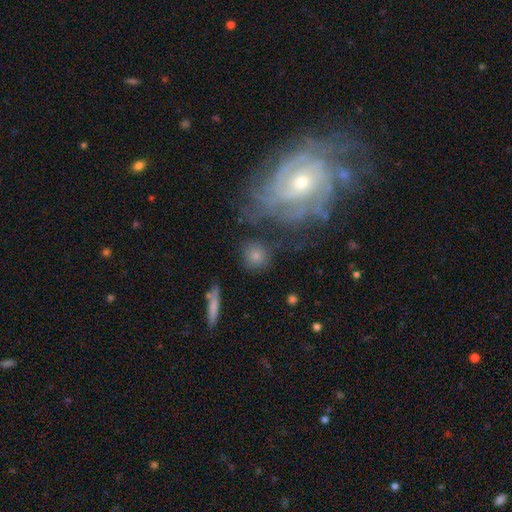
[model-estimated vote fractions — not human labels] Morphology: type=smooth (74%); roundness=round (88%); merging=none (77%).